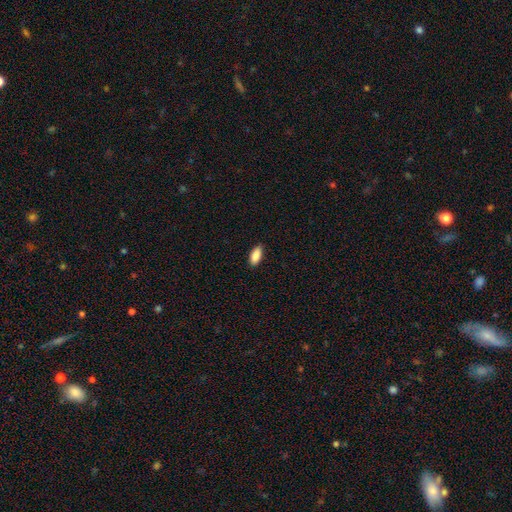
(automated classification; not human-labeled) This is clearly a smooth galaxy (89%). How rounded: clearly in between (88%). Merging: clearly none (87%).